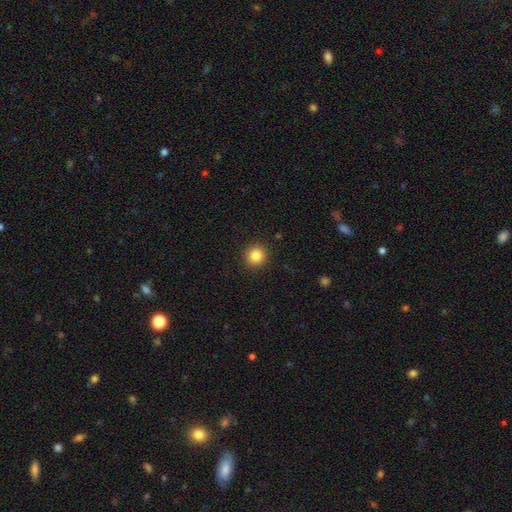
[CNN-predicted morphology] A smooth galaxy with no disk features (84%) that is round (90%).

Vote fractions:
- Smooth or featured? smooth: 84% / star or artifact: 11% / featured or disk: 5%
- How rounded? round: 90% / in between: 9% / cigar-shaped: 1%
- Merging? none: 92% / minor disturbance: 5% / major disturbance: 2% / merger: 1%